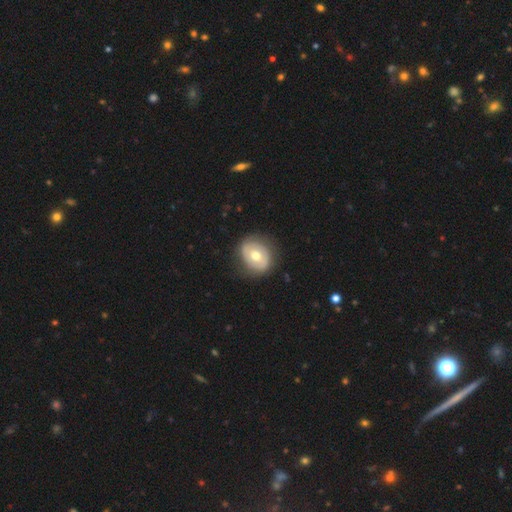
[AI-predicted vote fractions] This is possibly a featured or disk galaxy (50%). Merging: likely none (77%).